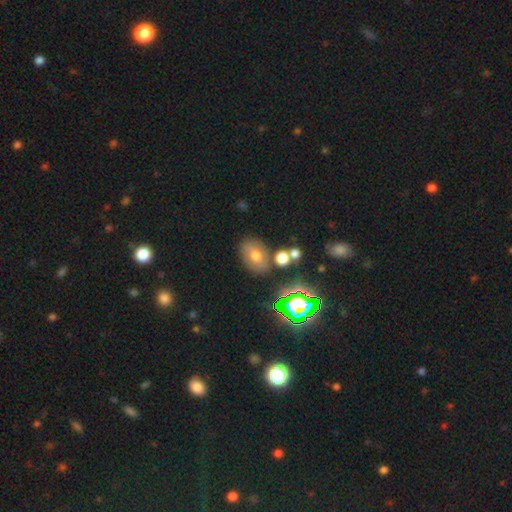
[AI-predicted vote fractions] Morphology: type=smooth (59%); roundness=in between (78%); merging=none (75%).